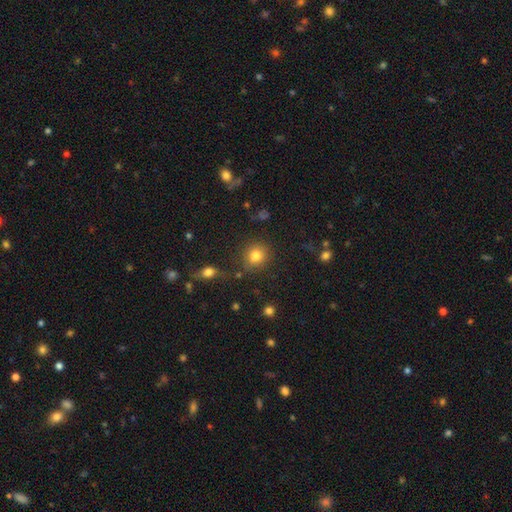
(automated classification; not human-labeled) smooth-or-featured: smooth: 81% | star or artifact: 12% | featured or disk: 7%
  how-rounded: round: 83% | in between: 16% | cigar-shaped: 1%
  merging: none: 78% | minor disturbance: 11% | merger: 6% | major disturbance: 4%